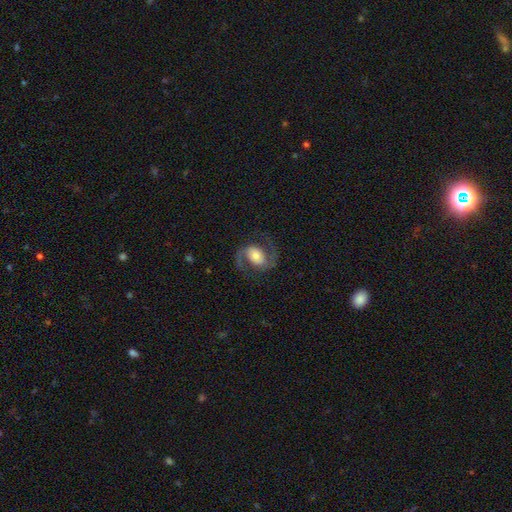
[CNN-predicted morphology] Q: Smooth or featured?
A: featured or disk (83%); runner-up: smooth (11%)
Q: Edge-on disk?
A: no (98%); runner-up: yes (2%)
Q: Bar?
A: no (47%); runner-up: weak (36%)
Q: Spiral arms?
A: yes (96%); runner-up: no (4%)
Q: Spiral winding?
A: medium (56%); runner-up: loose (30%)
Q: Spiral arm count?
A: 2 (93%); runner-up: can't tell (2%)
Q: Bulge size?
A: moderate (46%); runner-up: large (26%)
Q: Merging?
A: none (76%); runner-up: minor disturbance (13%)